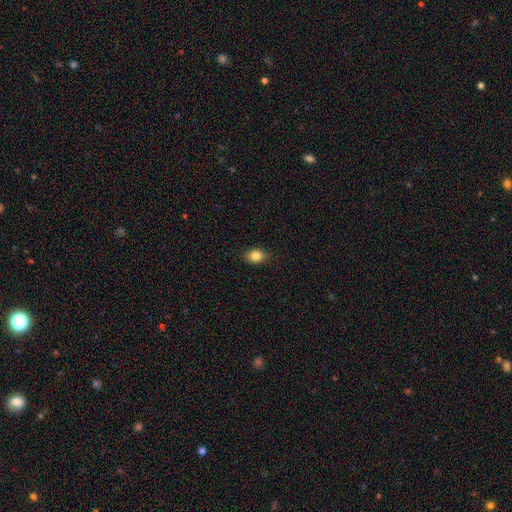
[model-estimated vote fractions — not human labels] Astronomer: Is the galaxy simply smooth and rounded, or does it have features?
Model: smooth — 83%.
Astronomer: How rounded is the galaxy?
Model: in between — 66%.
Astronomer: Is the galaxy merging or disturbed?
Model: none — 84%.